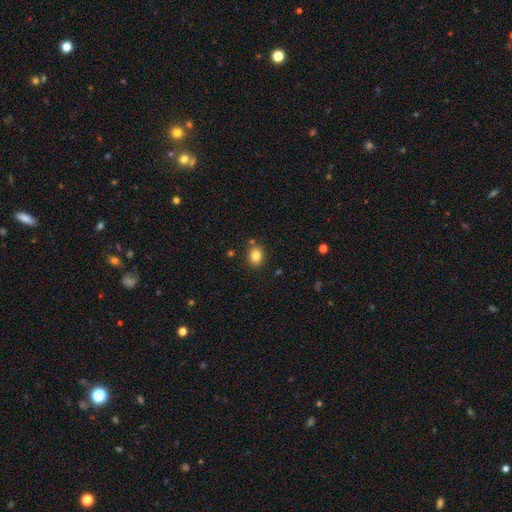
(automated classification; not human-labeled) smooth 83%, star or artifact 10%, featured or disk 7%. Down the decision tree: how rounded — in between (51%); merging — none (82%).